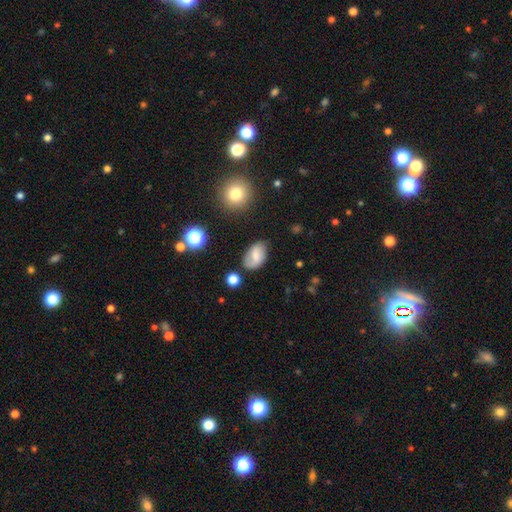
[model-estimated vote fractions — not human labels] This appears to be a smooth galaxy with no disk features (56%) that is in between round and cigar-shaped (87%). Merging: none (68%).